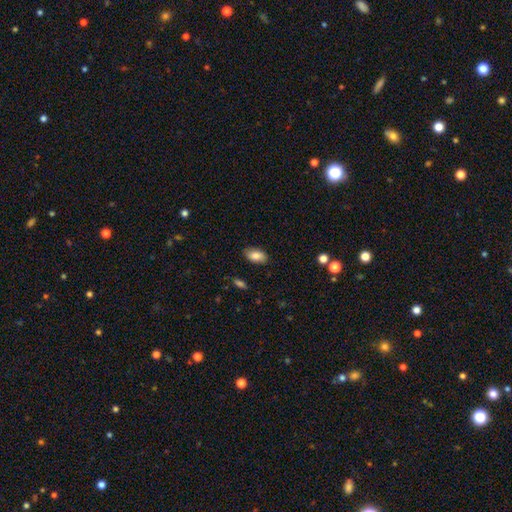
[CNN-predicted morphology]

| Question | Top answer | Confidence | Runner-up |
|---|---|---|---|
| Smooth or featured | smooth | 83% | featured or disk (10%) |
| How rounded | in between | 93% | round (4%) |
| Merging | none | 85% | minor disturbance (11%) |